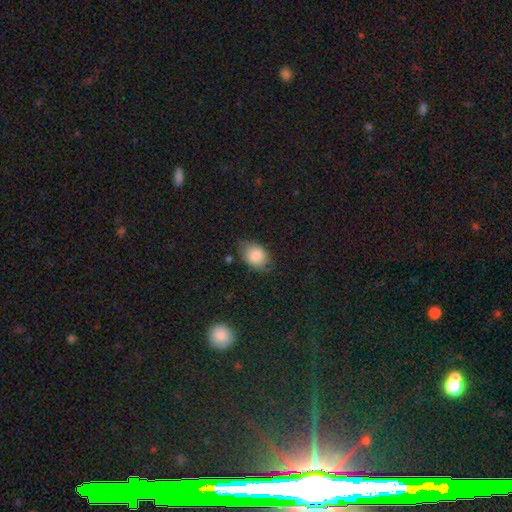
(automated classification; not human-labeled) Morphology: type=smooth (81%); roundness=in between (73%); merging=none (66%).